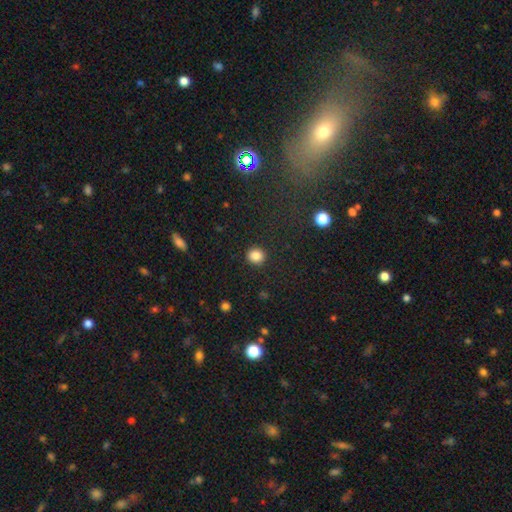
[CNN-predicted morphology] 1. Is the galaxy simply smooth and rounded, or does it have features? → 86% smooth, 10% star or artifact, 4% featured or disk.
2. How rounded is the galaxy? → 87% round, 12% in between, 1% cigar-shaped.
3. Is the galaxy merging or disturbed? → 91% none, 6% minor disturbance, 2% major disturbance, 1% merger.